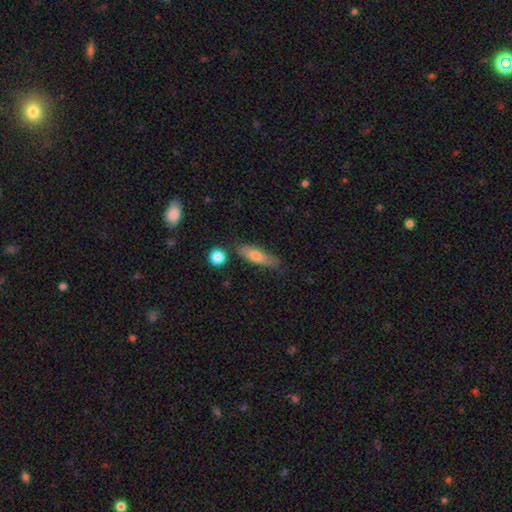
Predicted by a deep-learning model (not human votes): Smooth or featured? Predicted: smooth (p=0.68). How rounded? Predicted: cigar-shaped (p=0.64). Merging? Predicted: none (p=0.75).